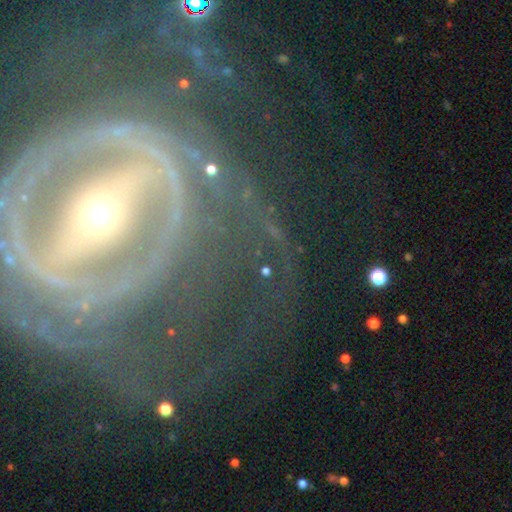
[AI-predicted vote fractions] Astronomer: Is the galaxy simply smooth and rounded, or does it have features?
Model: featured or disk — 84%.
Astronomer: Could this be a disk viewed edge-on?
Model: no — 92%.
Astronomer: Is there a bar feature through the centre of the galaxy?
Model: strong — 67%.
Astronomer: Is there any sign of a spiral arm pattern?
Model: yes — 82%.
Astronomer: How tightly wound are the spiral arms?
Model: tight — 59%.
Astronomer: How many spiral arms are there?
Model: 2 — 35% (runner-up: can't tell, 27%).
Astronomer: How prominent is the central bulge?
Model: small — 54% (runner-up: moderate, 38%).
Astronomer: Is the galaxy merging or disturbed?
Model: none — 67%.